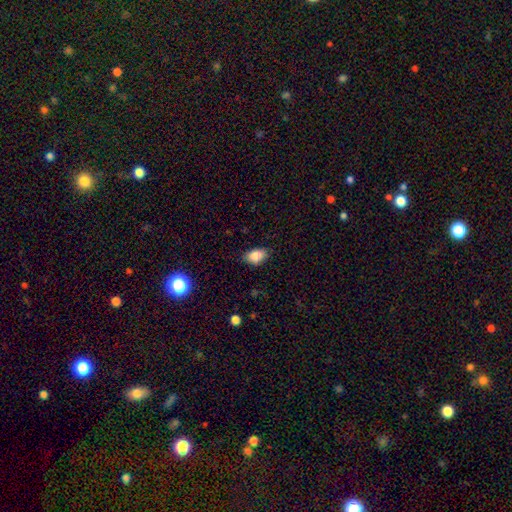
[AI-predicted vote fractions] This appears to be a smooth galaxy with no disk features (86%) that is in between round and cigar-shaped (88%). Merging: none (81%).